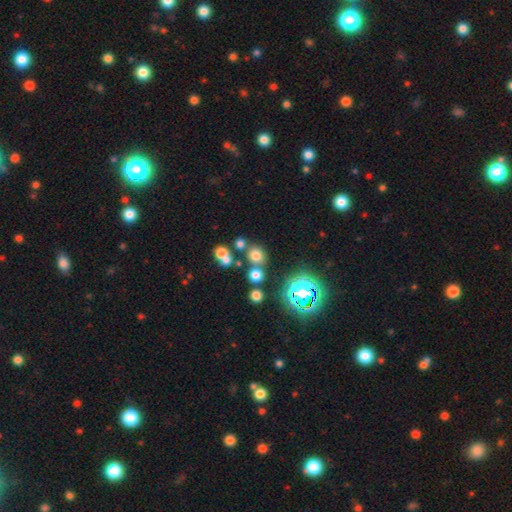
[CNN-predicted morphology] Smooth or featured?
  - smooth: 67% *
  - star or artifact: 24%
  - featured or disk: 9%
How rounded?
  - round: 85% *
  - in between: 14%
  - cigar-shaped: 1%
Merging?
  - none: 68% *
  - merger: 19%
  - minor disturbance: 9%
  - major disturbance: 4%